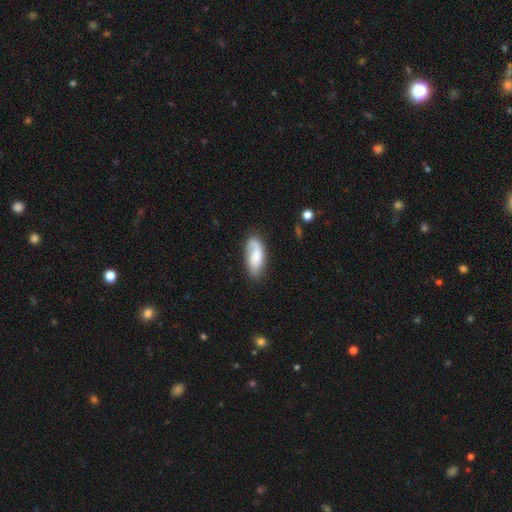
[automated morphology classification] smooth_or_featured: smooth (p=0.62) [alt: featured or disk p=0.32]
how_rounded: in between (p=0.83) [alt: cigar-shaped p=0.15]
merging: none (p=0.63) [alt: minor disturbance p=0.24]